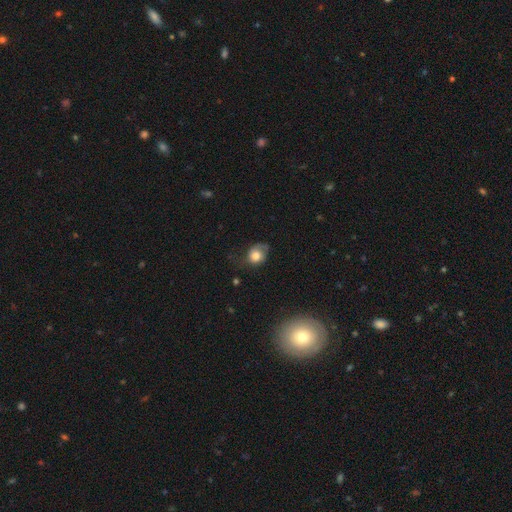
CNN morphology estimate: smooth 68%, featured or disk 23%, star or artifact 9%. Down the decision tree: how rounded — round (57%); merging — none (38%).